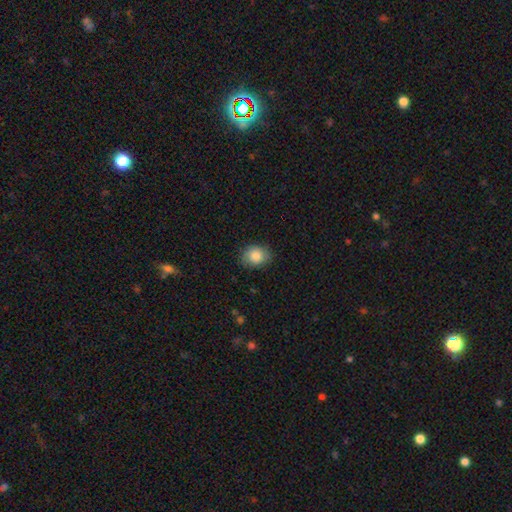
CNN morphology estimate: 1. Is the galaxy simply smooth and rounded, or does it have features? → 84% smooth, 8% featured or disk, 8% star or artifact.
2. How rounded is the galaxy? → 50% round, 49% in between, 1% cigar-shaped.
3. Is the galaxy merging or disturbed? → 81% none, 15% minor disturbance, 3% major disturbance, 1% merger.